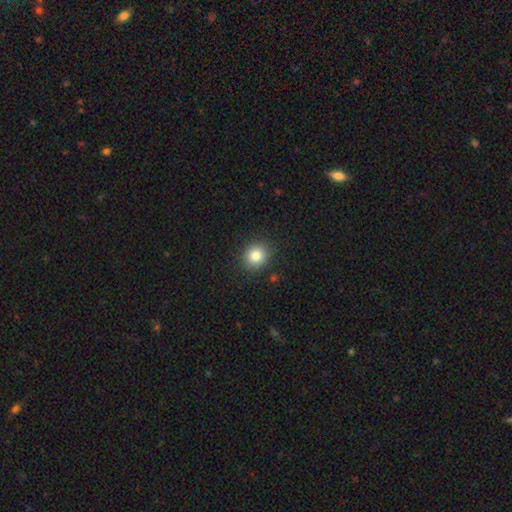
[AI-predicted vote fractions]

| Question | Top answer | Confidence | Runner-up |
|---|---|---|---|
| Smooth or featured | smooth | 83% | star or artifact (11%) |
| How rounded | round | 80% | in between (19%) |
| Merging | none | 90% | minor disturbance (7%) |